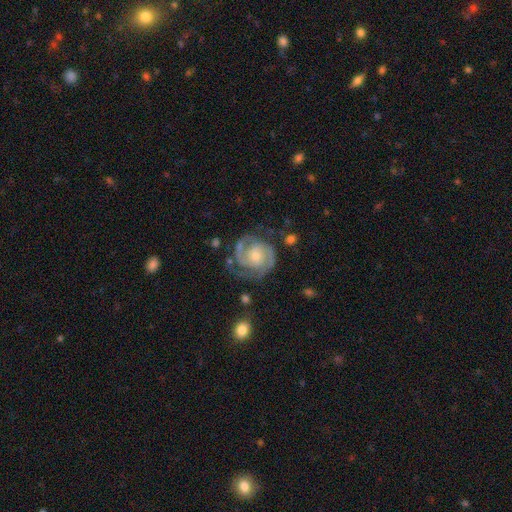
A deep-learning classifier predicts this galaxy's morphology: Q: Smooth or featured?
A: featured or disk (89%); runner-up: smooth (6%)
Q: Edge-on disk?
A: no (98%); runner-up: yes (2%)
Q: Bar?
A: no (65%); runner-up: weak (29%)
Q: Spiral arms?
A: yes (97%); runner-up: no (3%)
Q: Spiral winding?
A: tight (54%); runner-up: medium (39%)
Q: Spiral arm count?
A: 2 (82%); runner-up: 3 (7%)
Q: Bulge size?
A: small (54%); runner-up: moderate (38%)
Q: Merging?
A: none (69%); runner-up: minor disturbance (18%)